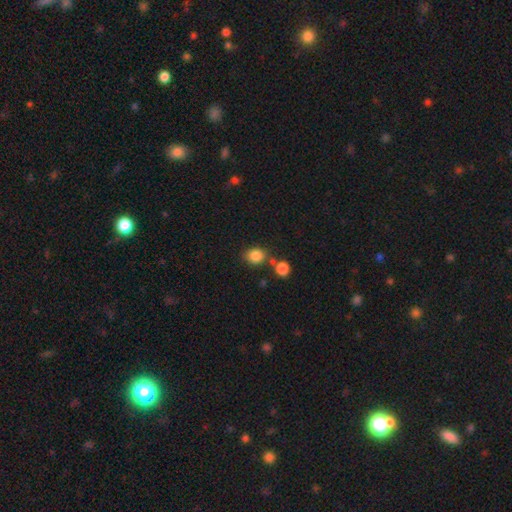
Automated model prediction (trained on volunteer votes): This is clearly a smooth galaxy (85%). How rounded: likely round (66%). Merging: likely none (66%).